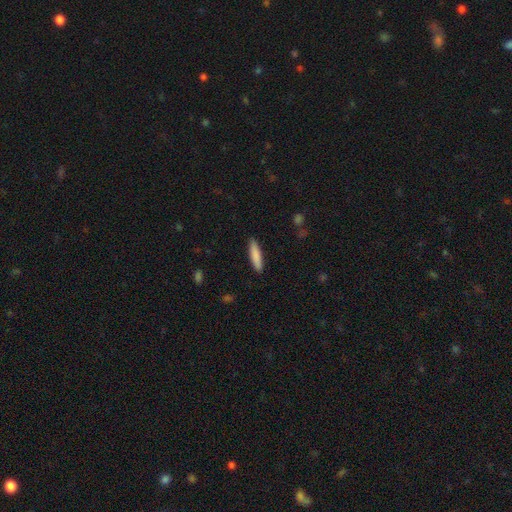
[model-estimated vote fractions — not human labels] The model was most divided on "how rounded": cigar-shaped: 83%, in between: 16%, round: 1%. More confident: merging — none (90%); smooth or featured — smooth (85%).